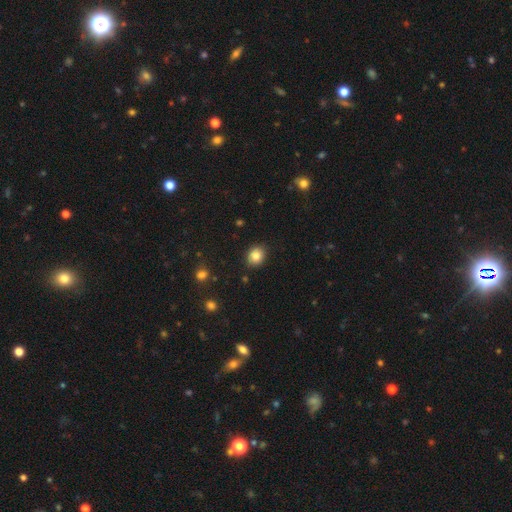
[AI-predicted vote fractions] The model was most divided on "how rounded": round: 69%, in between: 30%, cigar-shaped: 1%. More confident: merging — none (88%); smooth or featured — smooth (83%).